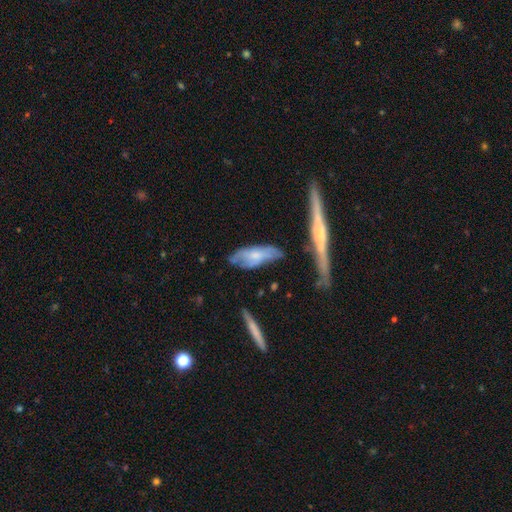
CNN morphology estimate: A smooth galaxy with no disk features (48%).

Vote fractions:
- Smooth or featured? smooth: 48% / featured or disk: 46% / star or artifact: 6%
- Merging? none: 52% / minor disturbance: 31% / major disturbance: 12% / merger: 5%